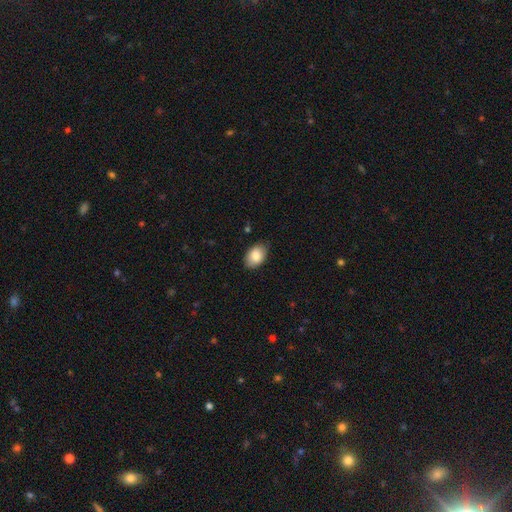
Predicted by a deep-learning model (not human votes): Smooth or featured: smooth — 84% (featured or disk — 9%)
How rounded: in between — 87% (round — 11%)
Merging: none — 78% (minor disturbance — 18%)